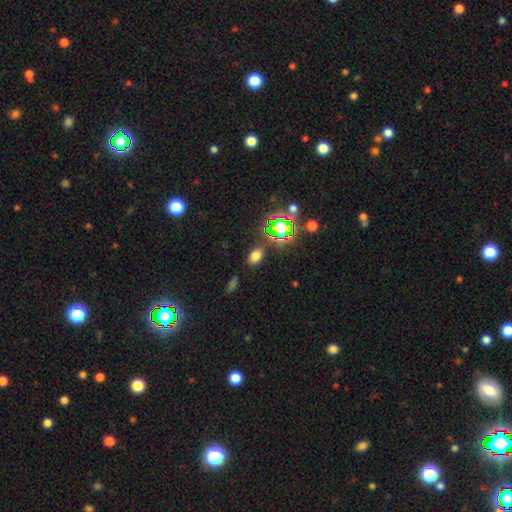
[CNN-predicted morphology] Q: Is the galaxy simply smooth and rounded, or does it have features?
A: smooth — 69%.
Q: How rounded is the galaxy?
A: in between — 78%.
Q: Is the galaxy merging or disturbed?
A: none — 83%.